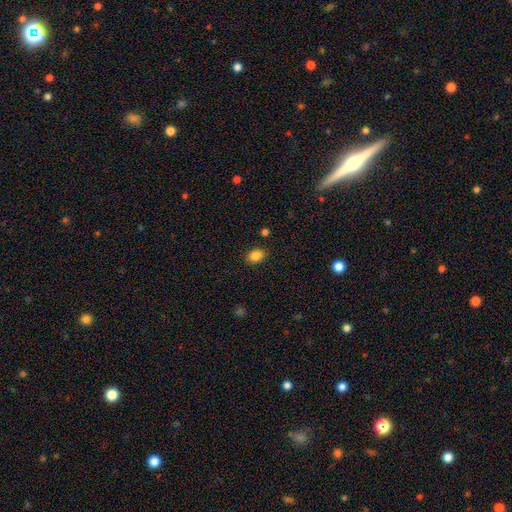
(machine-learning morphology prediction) Q: Smooth or featured?
A: smooth (85%); runner-up: star or artifact (10%)
Q: How rounded?
A: in between (70%); runner-up: round (29%)
Q: Merging?
A: none (87%); runner-up: minor disturbance (9%)